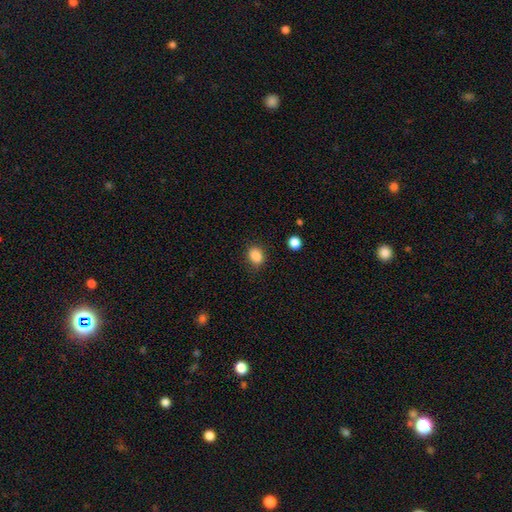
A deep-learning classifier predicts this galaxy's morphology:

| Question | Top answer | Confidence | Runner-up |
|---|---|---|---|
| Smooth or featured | smooth | 87% | star or artifact (10%) |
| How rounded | in between | 52% | round (47%) |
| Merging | none | 83% | minor disturbance (12%) |